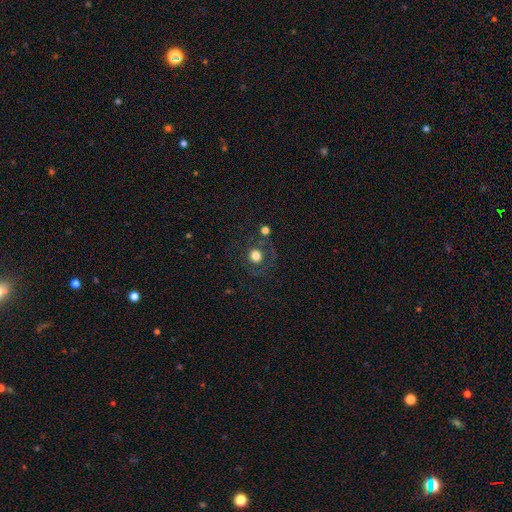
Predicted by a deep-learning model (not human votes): smooth-or-featured: smooth: 63% | featured or disk: 22% | star or artifact: 15%
  how-rounded: round: 89% | in between: 10% | cigar-shaped: 1%
  merging: none: 70% | minor disturbance: 13% | major disturbance: 12% | merger: 5%